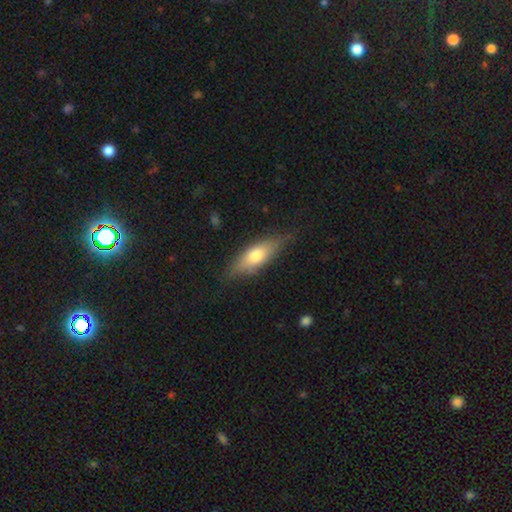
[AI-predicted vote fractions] A smooth galaxy with no disk features (65%) that is in between round and cigar-shaped (59%). Merging: none (74%).